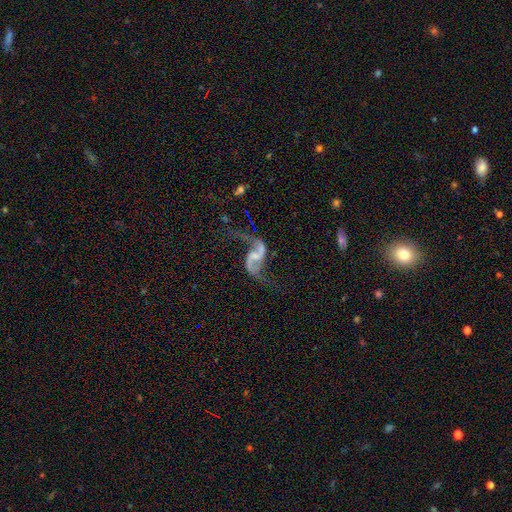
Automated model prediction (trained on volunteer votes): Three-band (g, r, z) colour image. It shows a featured or disk galaxy (91%) with a weak bar (48%), 2 (94%) loose (84%) spiral arms (96%) and a small central bulge (47%). Merging: none (62%).